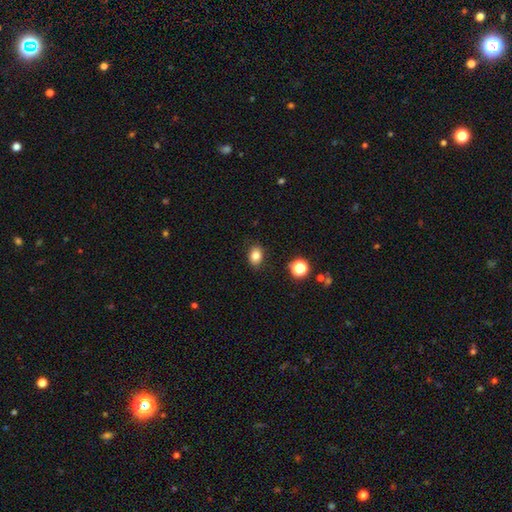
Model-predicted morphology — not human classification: This is clearly a smooth galaxy (82%). How rounded: likely in between (70%). Merging: clearly none (86%).